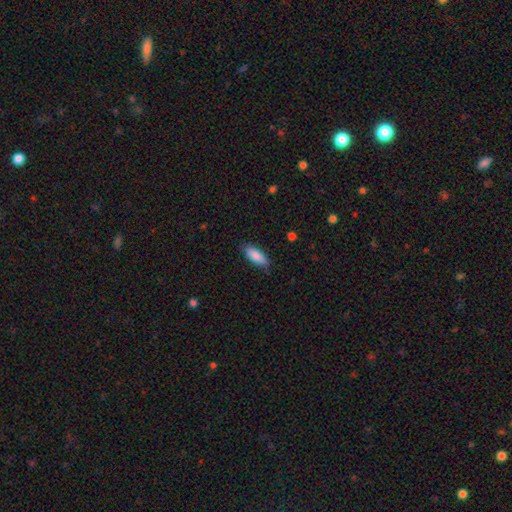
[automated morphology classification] Smooth or featured?
  - smooth: 87% *
  - featured or disk: 7%
  - star or artifact: 6%
How rounded?
  - in between: 74% *
  - cigar-shaped: 25%
  - round: 2%
Merging?
  - none: 79% *
  - minor disturbance: 17%
  - major disturbance: 3%
  - merger: 1%